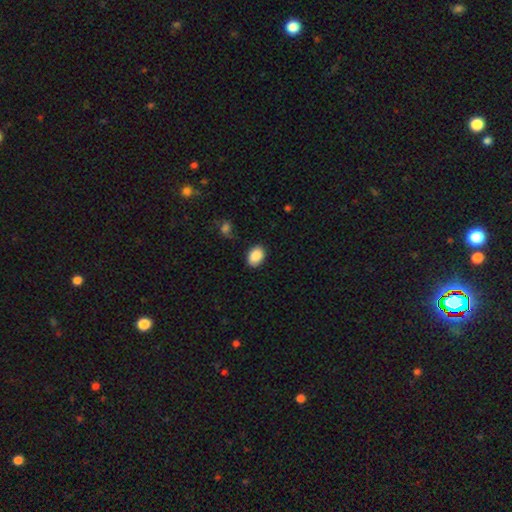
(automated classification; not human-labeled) The model was most divided on "how rounded": in between: 77%, round: 22%, cigar-shaped: 1%. More confident: smooth or featured — smooth (89%); merging — none (84%).